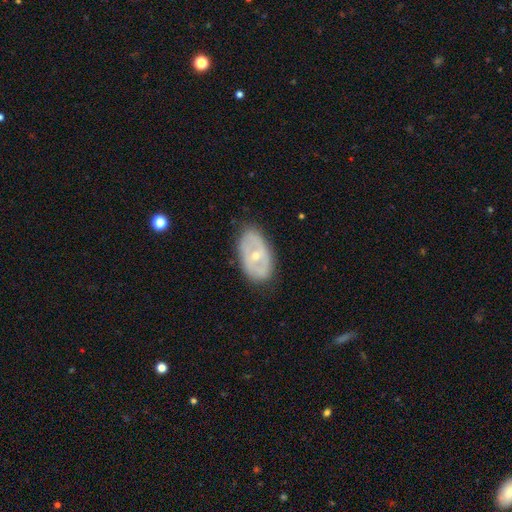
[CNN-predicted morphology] This is likely a featured or disk galaxy (62%). It is clearly not viewed edge-on (91%). Bar: possibly no (54%). Spiral arm pattern: likely no (66%). Central bulge: possibly small (51%). Merging: likely none (77%).